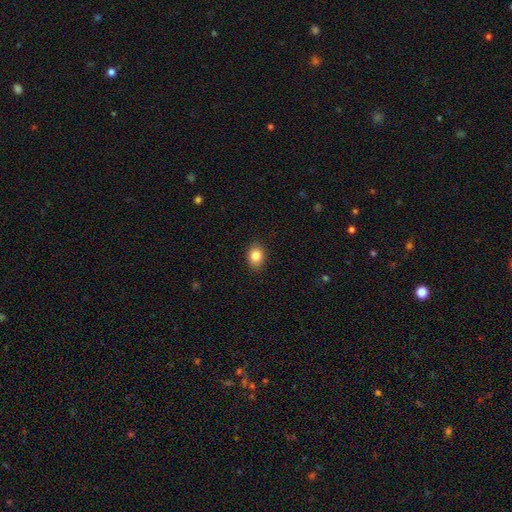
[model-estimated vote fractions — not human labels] smooth 85%, star or artifact 9%, featured or disk 6%. Down the decision tree: how rounded — in between (62%); merging — none (88%).